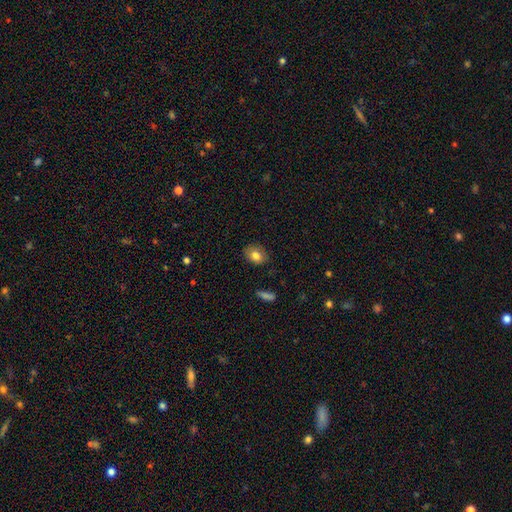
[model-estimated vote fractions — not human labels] Smooth or featured? smooth (80%)
How rounded? in between (61%)
Merging? none (83%)